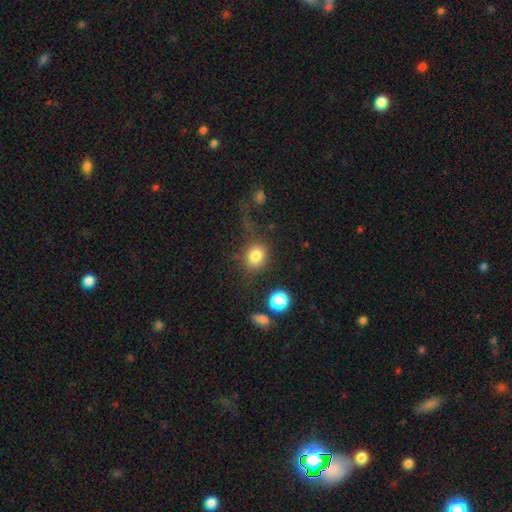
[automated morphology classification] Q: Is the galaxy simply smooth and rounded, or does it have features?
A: smooth — 81%.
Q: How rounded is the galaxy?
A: round — 68%.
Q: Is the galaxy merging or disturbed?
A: none — 61%.